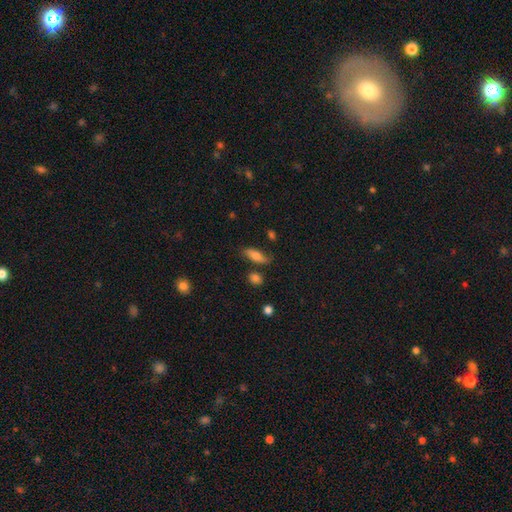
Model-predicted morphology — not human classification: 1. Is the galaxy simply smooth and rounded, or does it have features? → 71% smooth, 21% featured or disk, 8% star or artifact.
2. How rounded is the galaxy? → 70% in between, 27% cigar-shaped, 4% round.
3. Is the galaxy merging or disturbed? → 69% none, 20% minor disturbance, 6% major disturbance, 5% merger.